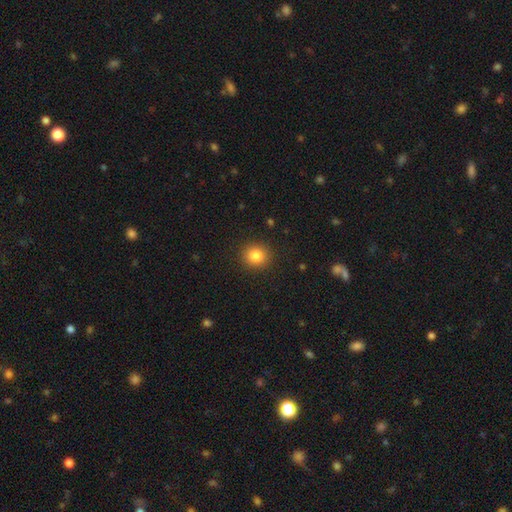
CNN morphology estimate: Smooth or featured? smooth (83%)
How rounded? round (88%)
Merging? none (91%)